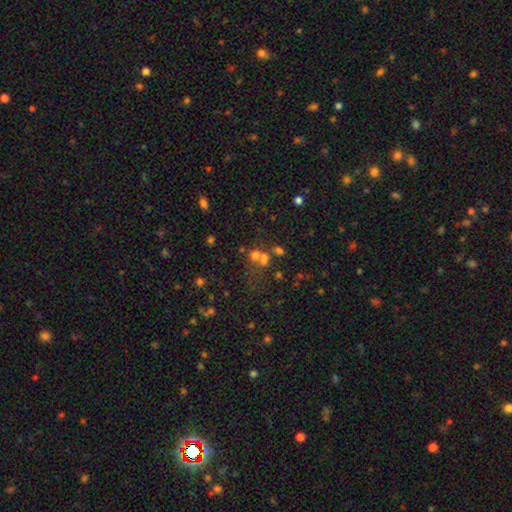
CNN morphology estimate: Smooth or featured? smooth (59%)
How rounded? round (71%)
Merging? merger (45%)